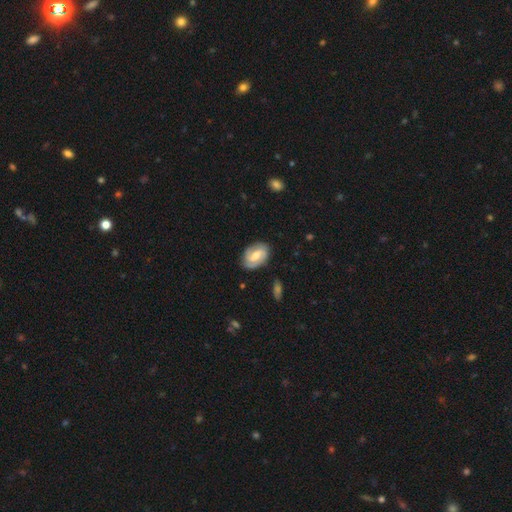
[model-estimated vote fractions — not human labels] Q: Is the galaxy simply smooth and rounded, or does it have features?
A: featured or disk — 66%.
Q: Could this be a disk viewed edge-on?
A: no — 96%.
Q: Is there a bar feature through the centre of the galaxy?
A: weak — 50%.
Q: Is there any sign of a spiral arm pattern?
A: yes — 84%.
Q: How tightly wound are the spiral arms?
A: tight — 44%.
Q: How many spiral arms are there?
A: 2 — 76%.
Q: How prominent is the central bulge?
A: moderate — 66%.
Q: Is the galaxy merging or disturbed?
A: none — 78%.